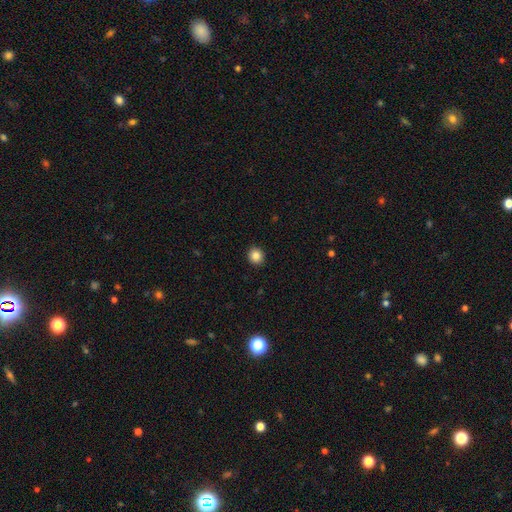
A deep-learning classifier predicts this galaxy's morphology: This is clearly a smooth galaxy (85%). How rounded: clearly round (85%). Merging: clearly none (92%).